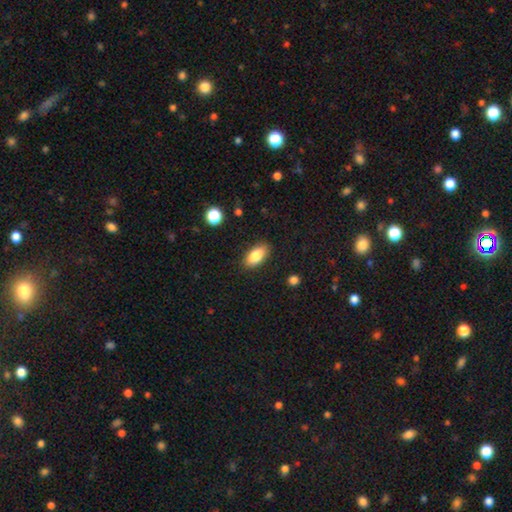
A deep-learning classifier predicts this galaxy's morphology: Q: Smooth or featured?
A: smooth (84%); runner-up: featured or disk (8%)
Q: How rounded?
A: in between (89%); runner-up: cigar-shaped (8%)
Q: Merging?
A: none (87%); runner-up: minor disturbance (10%)